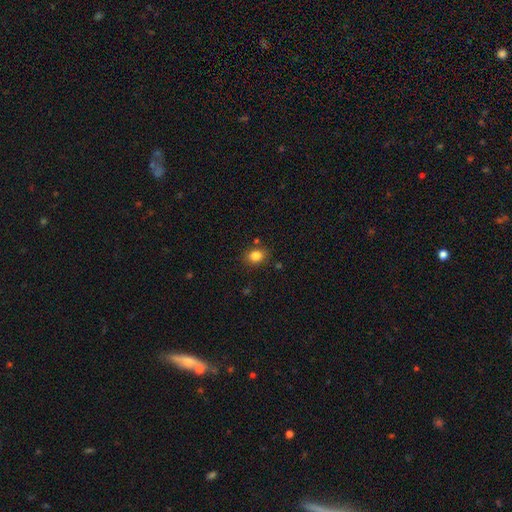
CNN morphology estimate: Overall: smooth (83%). How rounded: round (50%; in between 49%). Merging: none (83%).